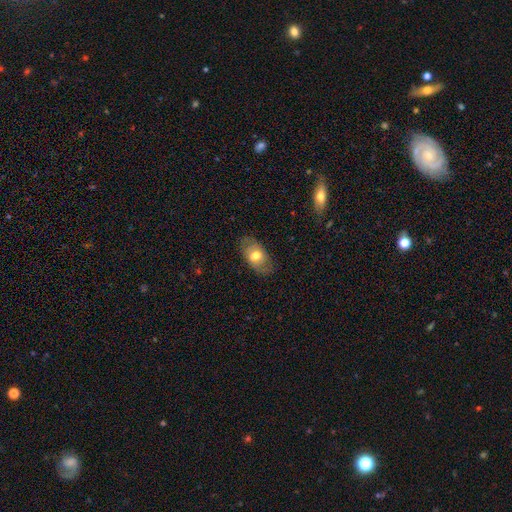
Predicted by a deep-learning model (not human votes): Overall: smooth (61%; featured or disk 32%). How rounded: in between (88%). Merging: none (78%).